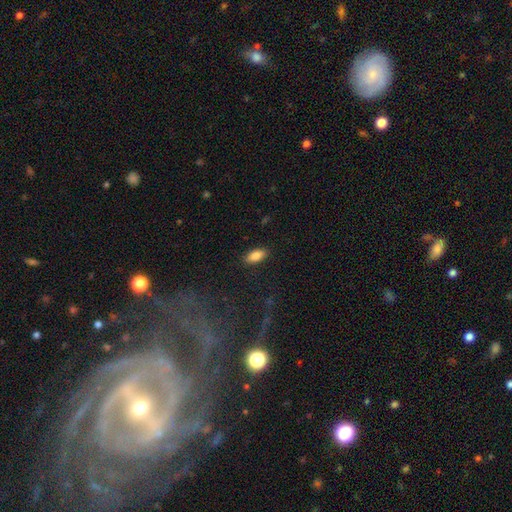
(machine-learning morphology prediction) A smooth galaxy with no disk features (85%) that is in between round and cigar-shaped (88%). Merging: none (88%).